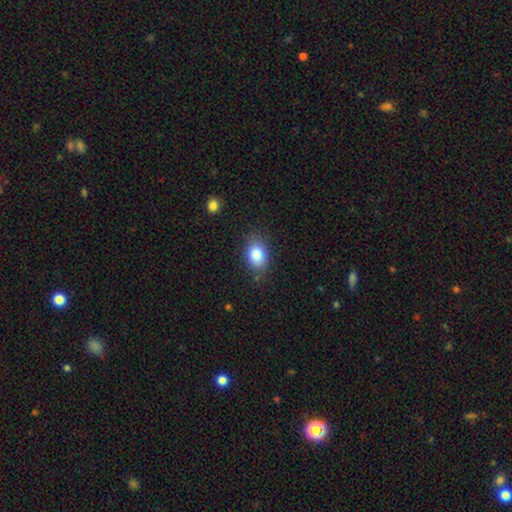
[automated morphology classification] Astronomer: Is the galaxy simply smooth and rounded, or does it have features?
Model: smooth — 83%.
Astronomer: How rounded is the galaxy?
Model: in between — 79%.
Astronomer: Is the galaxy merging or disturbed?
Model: none — 80%.